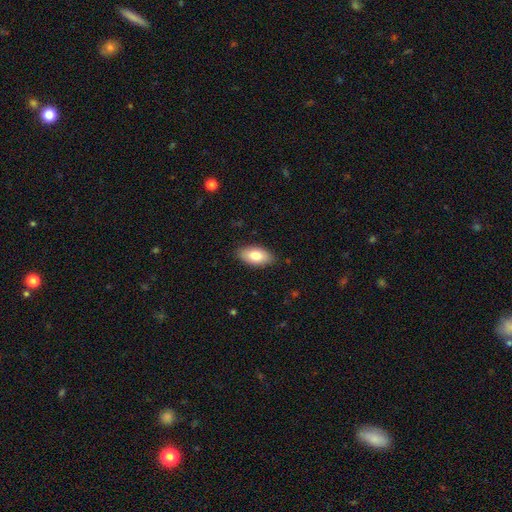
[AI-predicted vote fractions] This appears to be a smooth galaxy with no disk features (79%) that is in between round and cigar-shaped (93%). Merging: none (86%).